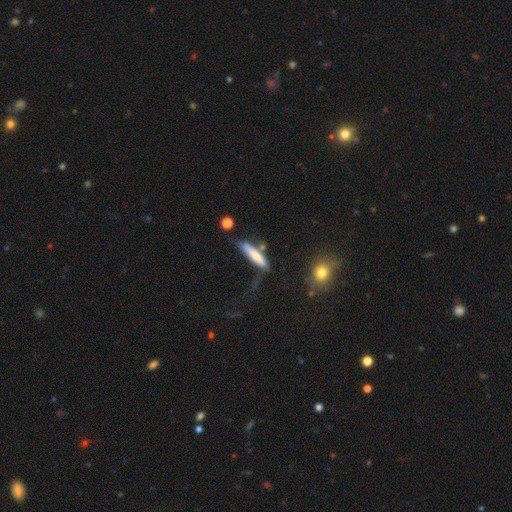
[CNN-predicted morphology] smooth 68%, featured or disk 25%, star or artifact 7%. Down the decision tree: how rounded — cigar-shaped (81%); merging — none (46%).